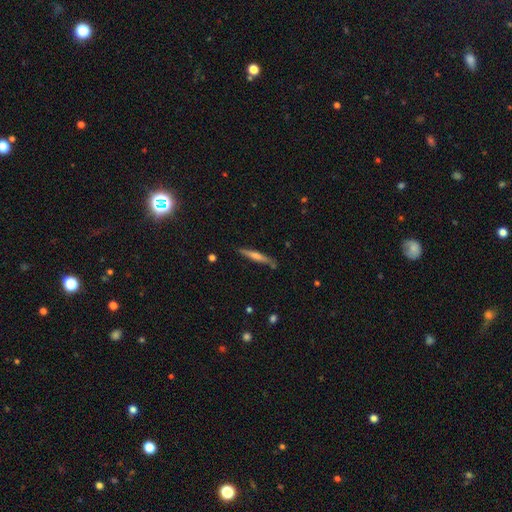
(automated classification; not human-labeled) This is possibly a featured or disk galaxy (57%). It is clearly viewed edge-on (96%). Edge-on bulge: likely rounded (63%). Merging: clearly none (85%).